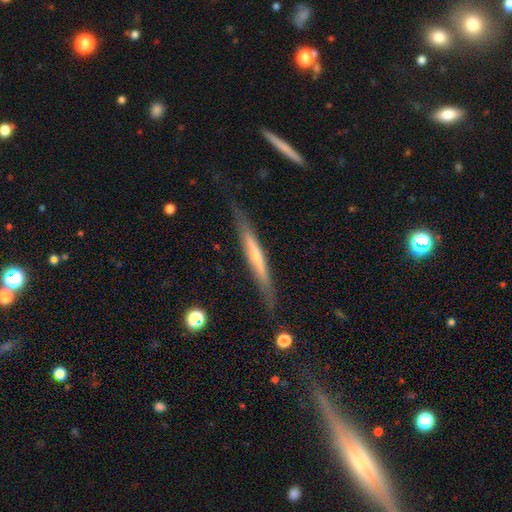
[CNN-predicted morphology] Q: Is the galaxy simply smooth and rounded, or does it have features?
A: featured or disk — 63%.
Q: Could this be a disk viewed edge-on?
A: yes — 94%.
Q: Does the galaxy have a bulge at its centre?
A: rounded — 52%.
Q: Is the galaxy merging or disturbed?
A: none — 81%.